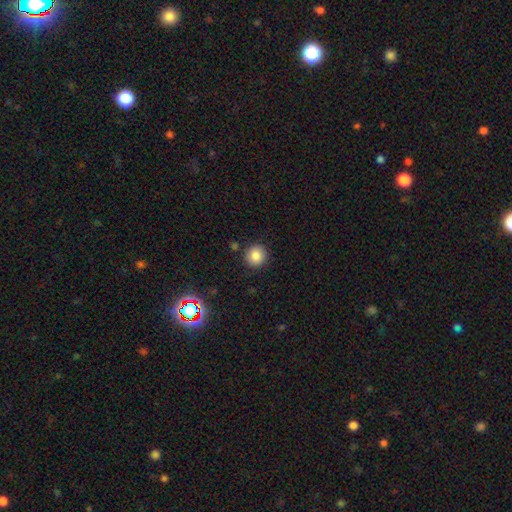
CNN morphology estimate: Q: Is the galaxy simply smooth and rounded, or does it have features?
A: smooth — 84%.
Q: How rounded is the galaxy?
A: round — 92%.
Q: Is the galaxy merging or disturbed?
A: none — 89%.